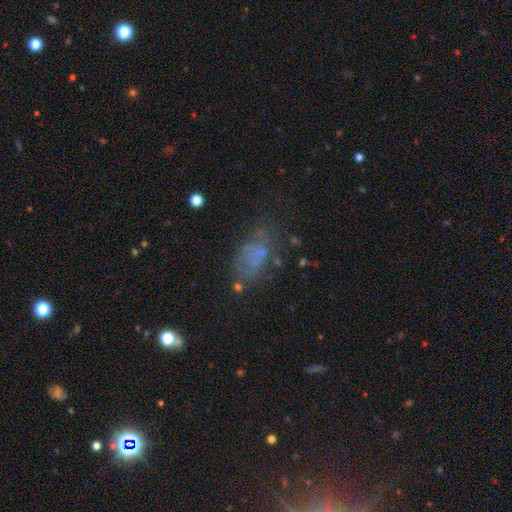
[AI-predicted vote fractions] Smooth or featured: smooth — 49% (featured or disk — 30%)
Merging: none — 46% (major disturbance — 24%)